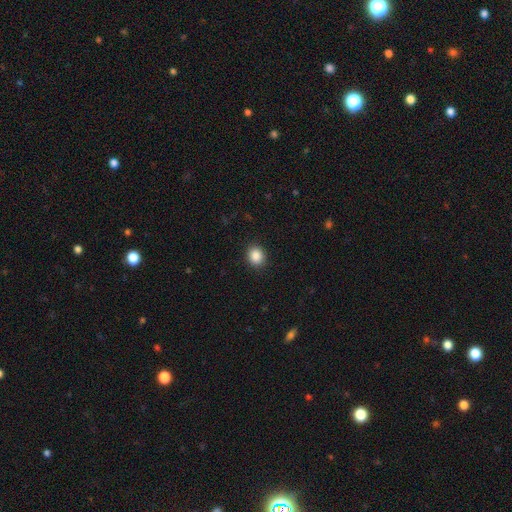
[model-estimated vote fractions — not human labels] Smooth or featured? Predicted: smooth (p=0.88). How rounded? Predicted: round (p=0.68). Merging? Predicted: none (p=0.90).